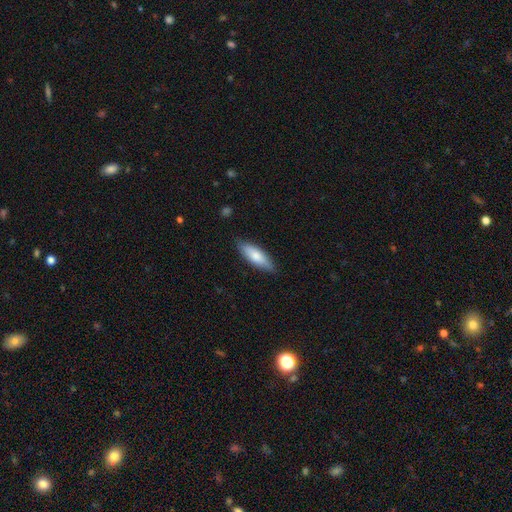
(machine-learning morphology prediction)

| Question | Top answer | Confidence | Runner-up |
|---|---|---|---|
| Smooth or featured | smooth | 76% | featured or disk (19%) |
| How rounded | in between | 55% | cigar-shaped (43%) |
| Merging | none | 84% | minor disturbance (13%) |